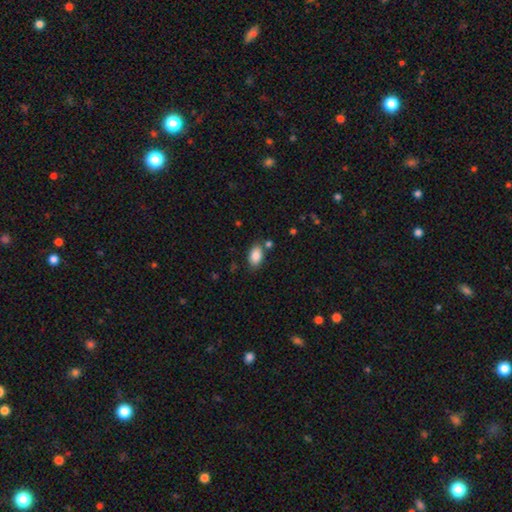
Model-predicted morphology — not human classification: Q: Smooth or featured?
A: smooth (87%); runner-up: star or artifact (7%)
Q: How rounded?
A: in between (90%); runner-up: round (8%)
Q: Merging?
A: none (76%); runner-up: minor disturbance (13%)